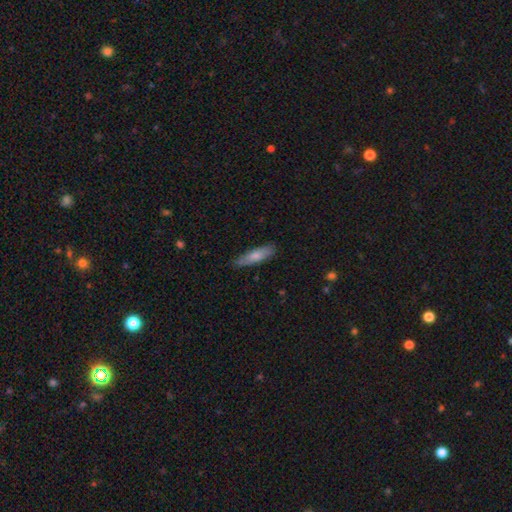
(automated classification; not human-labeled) Smooth or featured? smooth (74%)
How rounded? cigar-shaped (63%)
Merging? none (77%)